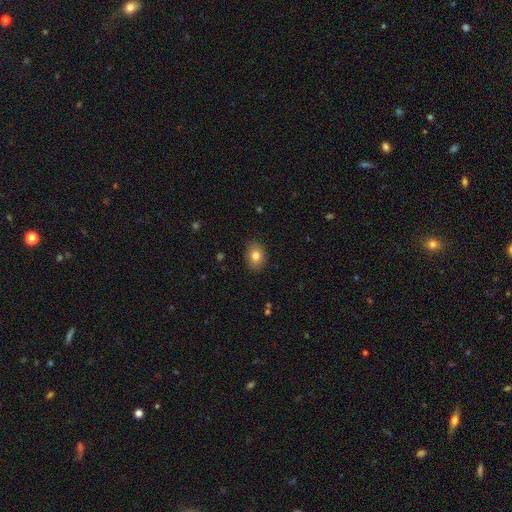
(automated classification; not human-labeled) Morphology: type=smooth (83%); roundness=in between (59%); merging=none (87%).